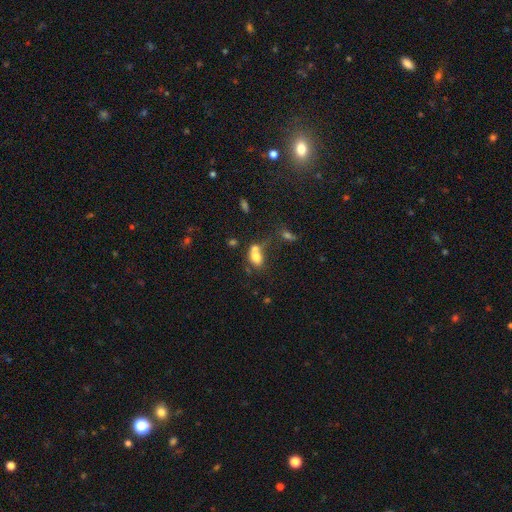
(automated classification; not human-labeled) Smooth or featured?
  - smooth: 72% *
  - featured or disk: 16%
  - star or artifact: 11%
How rounded?
  - in between: 78% *
  - round: 20%
  - cigar-shaped: 3%
Merging?
  - merger: 53% *
  - none: 26%
  - minor disturbance: 12%
  - major disturbance: 9%